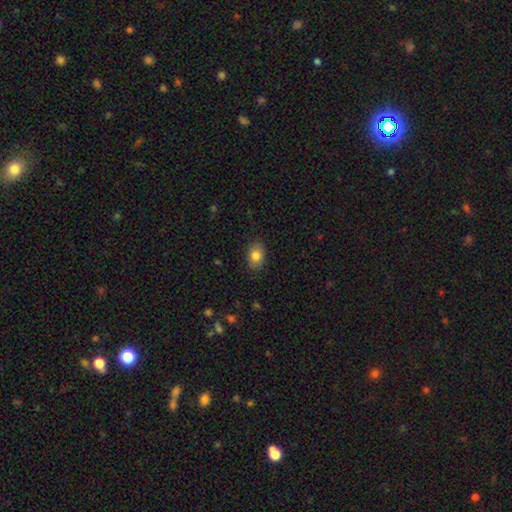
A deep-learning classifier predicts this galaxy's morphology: smooth_or_featured: smooth (p=0.82) [alt: featured or disk p=0.10]
how_rounded: in between (p=0.78) [alt: round p=0.21]
merging: none (p=0.85) [alt: minor disturbance p=0.12]